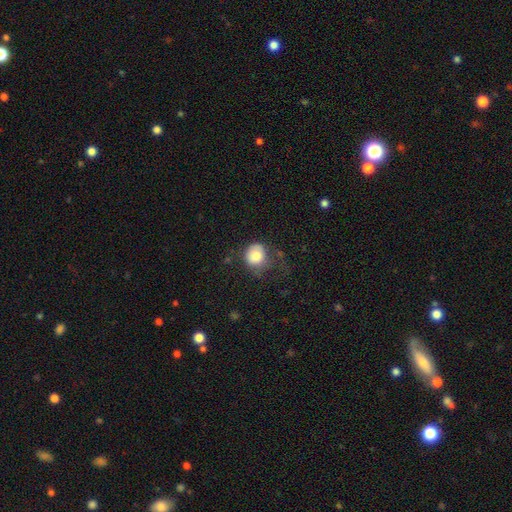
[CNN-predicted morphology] Smooth or featured?
  - smooth: 78% *
  - featured or disk: 13%
  - star or artifact: 9%
How rounded?
  - round: 79% *
  - in between: 20%
  - cigar-shaped: 1%
Merging?
  - none: 44% *
  - minor disturbance: 29%
  - major disturbance: 24%
  - merger: 3%